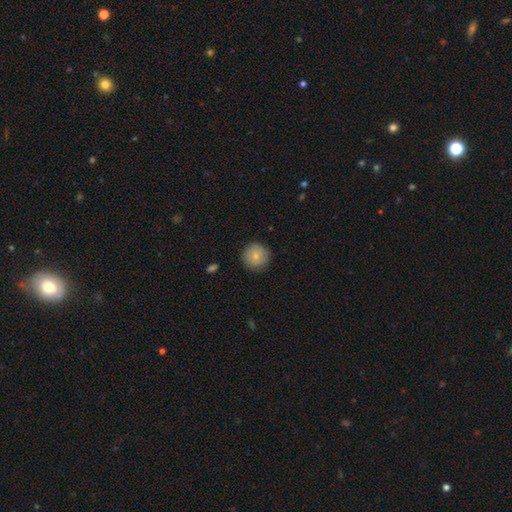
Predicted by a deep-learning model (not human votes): Smooth or featured? smooth (79%)
How rounded? round (93%)
Merging? none (85%)